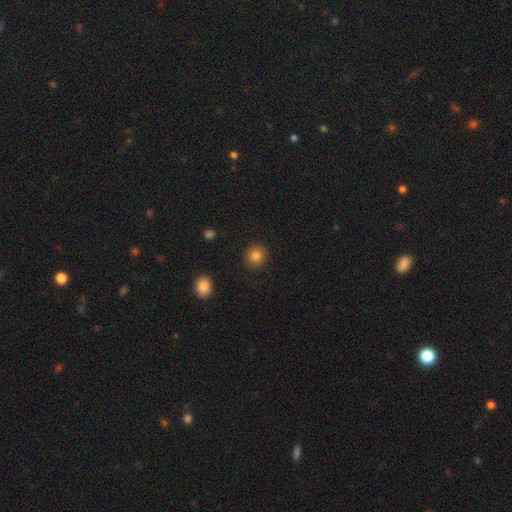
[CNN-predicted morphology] smooth 83%, star or artifact 11%, featured or disk 6%. Down the decision tree: how rounded — round (87%); merging — none (91%).